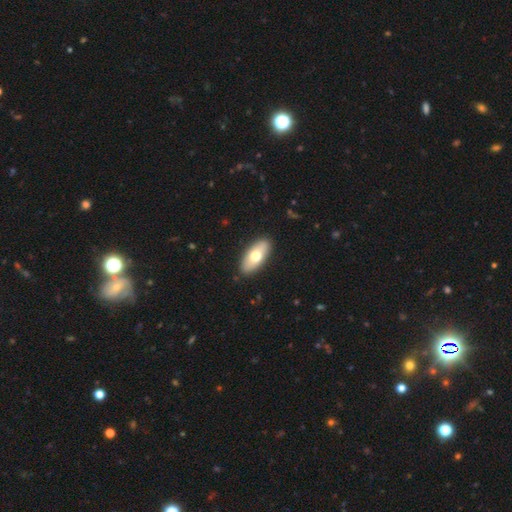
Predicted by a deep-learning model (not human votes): smooth 67%, featured or disk 28%, star or artifact 5%. Down the decision tree: how rounded — in between (87%); merging — none (89%).